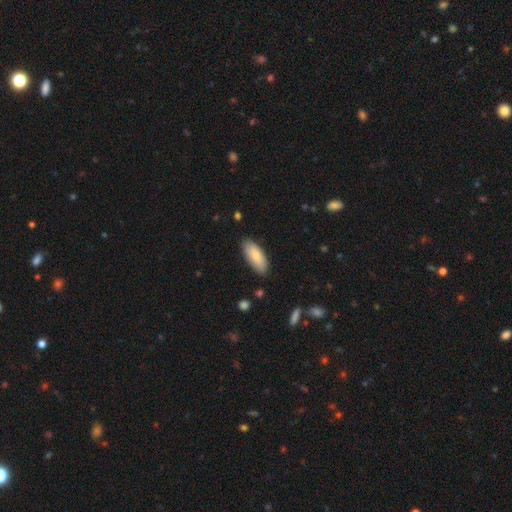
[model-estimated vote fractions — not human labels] smooth_or_featured: smooth (p=0.83) [alt: featured or disk p=0.12]
how_rounded: in between (p=0.80) [alt: cigar-shaped p=0.18]
merging: none (p=0.84) [alt: minor disturbance p=0.13]